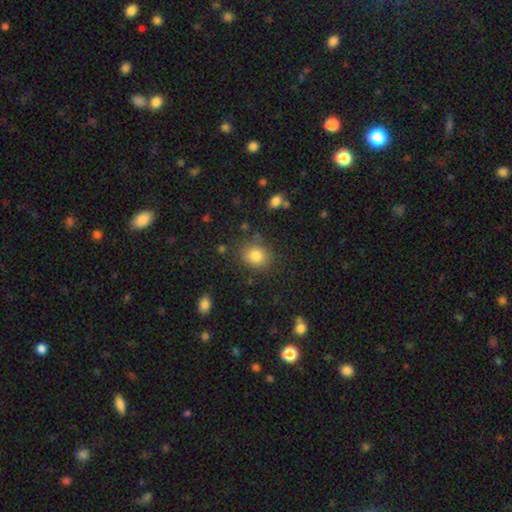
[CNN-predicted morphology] smooth-or-featured: smooth: 83% | star or artifact: 11% | featured or disk: 6%
  how-rounded: round: 66% | in between: 33% | cigar-shaped: 1%
  merging: none: 80% | minor disturbance: 13% | major disturbance: 5% | merger: 3%